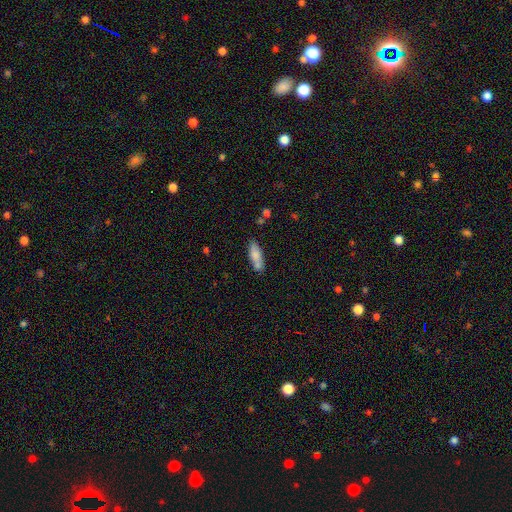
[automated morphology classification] smooth 78%, featured or disk 15%, star or artifact 7%. Down the decision tree: how rounded — in between (59%); merging — none (61%).